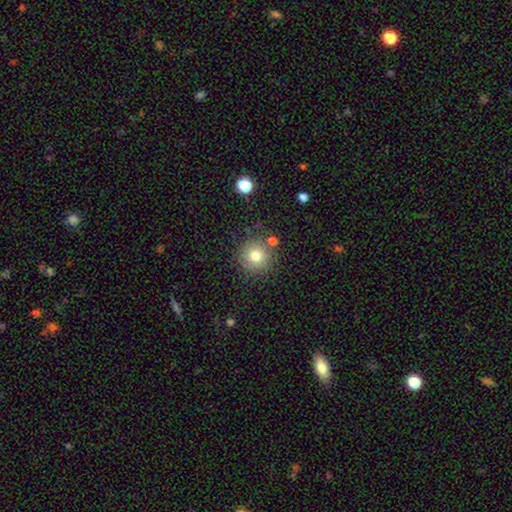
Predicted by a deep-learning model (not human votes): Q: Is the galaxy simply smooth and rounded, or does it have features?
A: smooth — 79%.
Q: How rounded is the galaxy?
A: round — 93%.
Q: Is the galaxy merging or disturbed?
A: none — 80%.